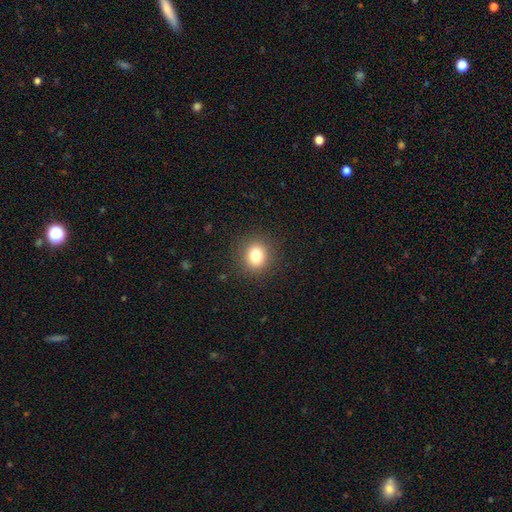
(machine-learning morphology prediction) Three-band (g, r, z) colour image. It shows a smooth galaxy with no disk features (81%) that is round (78%). Merging: none (89%).